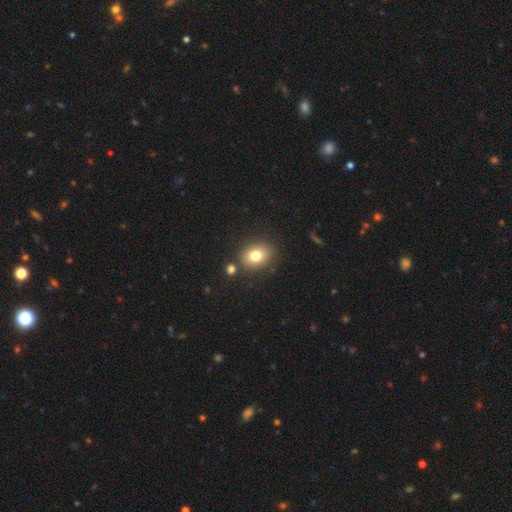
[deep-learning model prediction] Smooth or featured? smooth (79%)
How rounded? in between (50%)
Merging? none (79%)